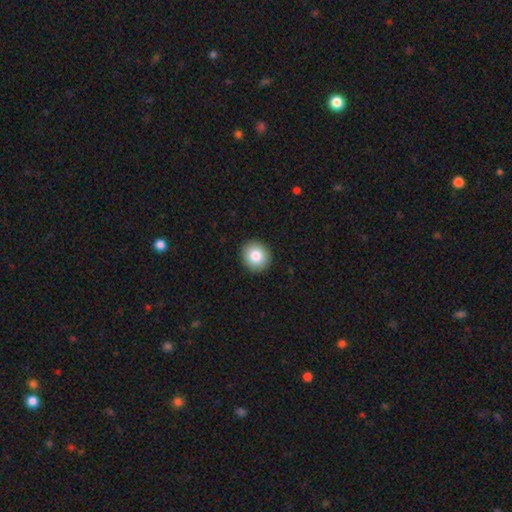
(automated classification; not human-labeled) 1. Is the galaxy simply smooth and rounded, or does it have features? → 83% smooth, 9% star or artifact, 8% featured or disk.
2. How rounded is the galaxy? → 84% round, 15% in between, 1% cigar-shaped.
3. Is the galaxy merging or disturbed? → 92% none, 5% minor disturbance, 1% major disturbance, 1% merger.